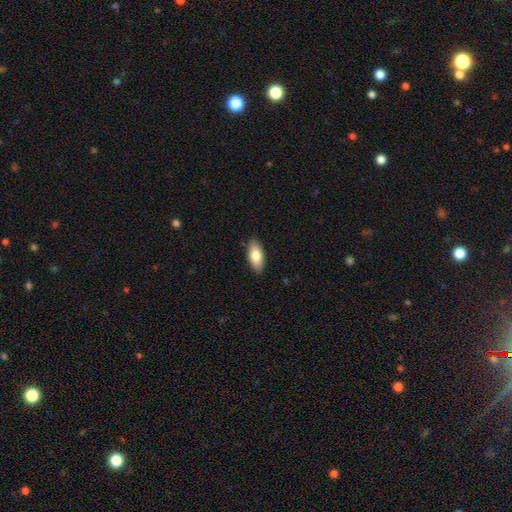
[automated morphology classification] Overall: smooth (80%). How rounded: in between (88%). Merging: none (88%).